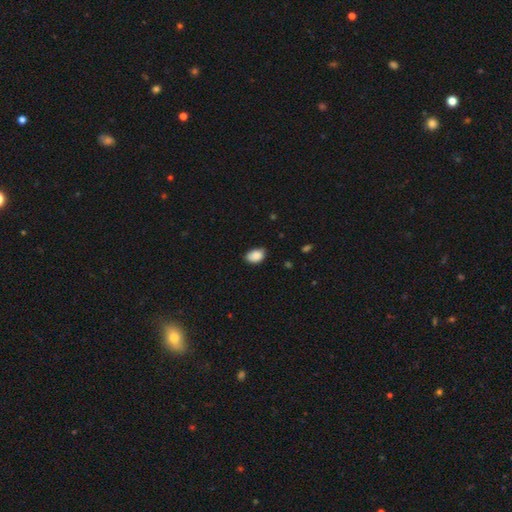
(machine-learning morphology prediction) Smooth or featured?
  - smooth: 89% *
  - star or artifact: 7%
  - featured or disk: 4%
How rounded?
  - in between: 86% *
  - round: 12%
  - cigar-shaped: 1%
Merging?
  - none: 75% *
  - minor disturbance: 21%
  - major disturbance: 3%
  - merger: 1%